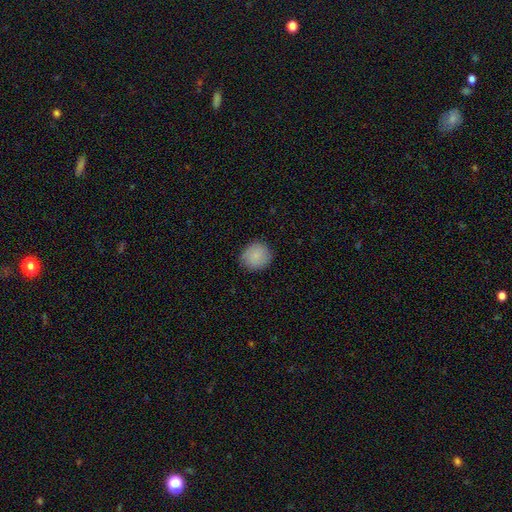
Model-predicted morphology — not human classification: A smooth galaxy with no disk features (86%) that is round (86%).

Vote fractions:
- Smooth or featured? smooth: 86% / star or artifact: 7% / featured or disk: 6%
- How rounded? round: 86% / in between: 13% / cigar-shaped: 1%
- Merging? none: 85% / minor disturbance: 12% / major disturbance: 2% / merger: 1%